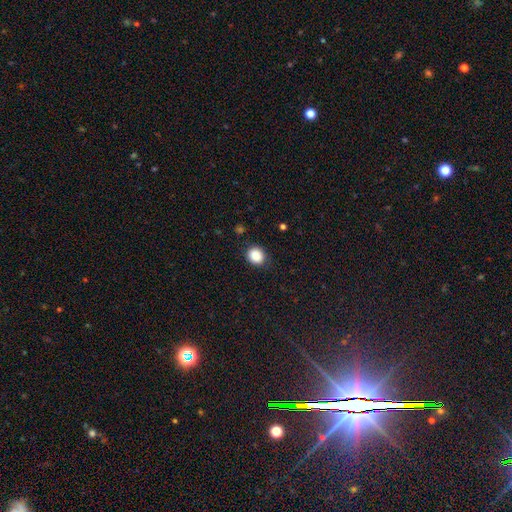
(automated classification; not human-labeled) This is clearly a smooth galaxy (88%). How rounded: likely round (70%). Merging: clearly none (85%).